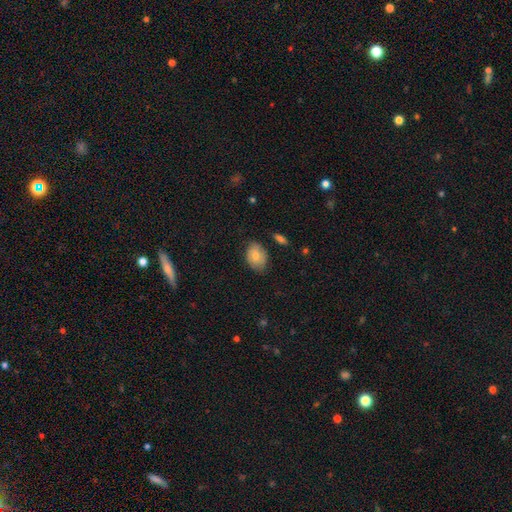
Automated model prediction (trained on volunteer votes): smooth-or-featured: smooth: 74% | featured or disk: 19% | star or artifact: 7%
  how-rounded: in between: 79% | round: 20% | cigar-shaped: 1%
  merging: none: 71% | minor disturbance: 23% | major disturbance: 4% | merger: 2%